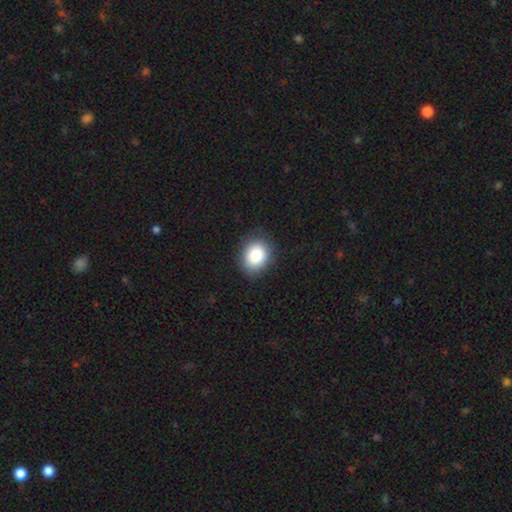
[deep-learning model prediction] smooth_or_featured: smooth (p=0.86) [alt: star or artifact p=0.08]
how_rounded: round (p=0.51) [alt: in between p=0.48]
merging: none (p=0.83) [alt: minor disturbance p=0.13]